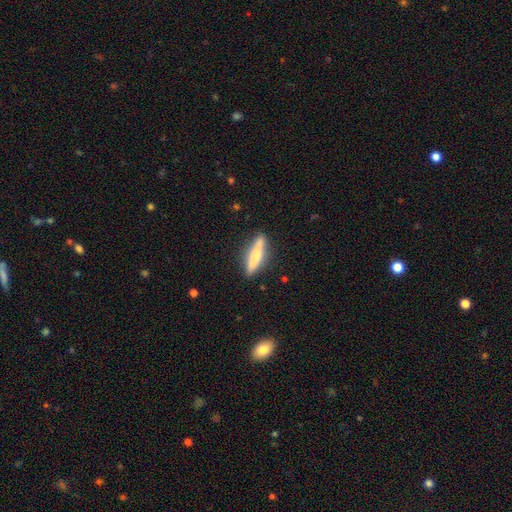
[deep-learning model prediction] smooth_or_featured: smooth (p=0.60) [alt: featured or disk p=0.34]
how_rounded: cigar-shaped (p=0.82) [alt: in between p=0.17]
merging: none (p=0.84) [alt: minor disturbance p=0.11]